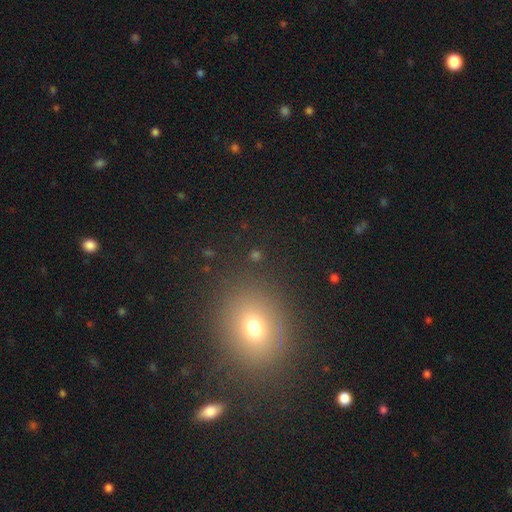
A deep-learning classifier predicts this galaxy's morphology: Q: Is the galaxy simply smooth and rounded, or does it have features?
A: smooth — 57%.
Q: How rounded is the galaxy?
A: round — 73%.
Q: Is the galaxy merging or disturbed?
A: none — 83%.